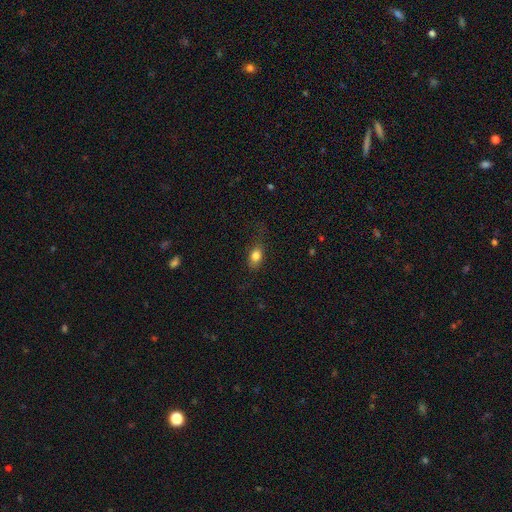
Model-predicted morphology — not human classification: This is clearly a smooth galaxy (80%). How rounded: likely in between (74%). Merging: likely none (69%).